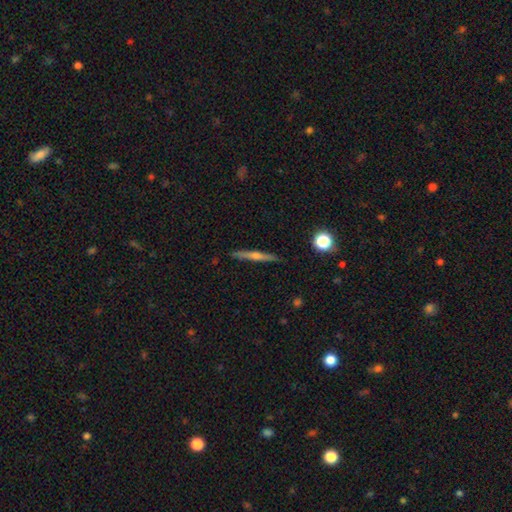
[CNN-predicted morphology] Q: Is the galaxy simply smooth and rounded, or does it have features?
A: featured or disk — 66%.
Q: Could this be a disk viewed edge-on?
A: yes — 98%.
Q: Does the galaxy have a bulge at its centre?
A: rounded — 79%.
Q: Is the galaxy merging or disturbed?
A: none — 91%.